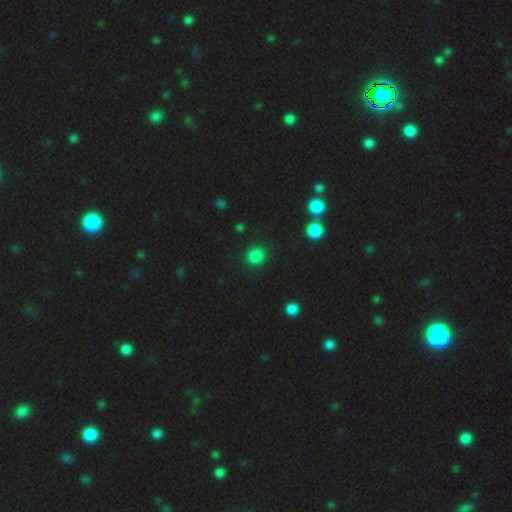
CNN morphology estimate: Smooth or featured? smooth (81%)
How rounded? round (85%)
Merging? none (90%)